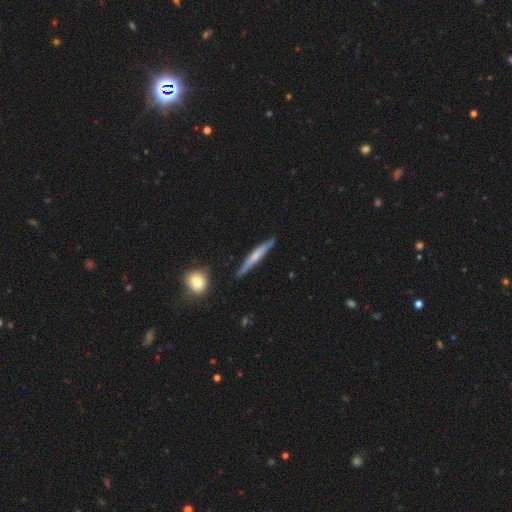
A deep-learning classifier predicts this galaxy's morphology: Smooth or featured? Predicted: featured or disk (p=0.51). Edge-on disk? Predicted: yes (p=0.95). Merging? Predicted: none (p=0.85).